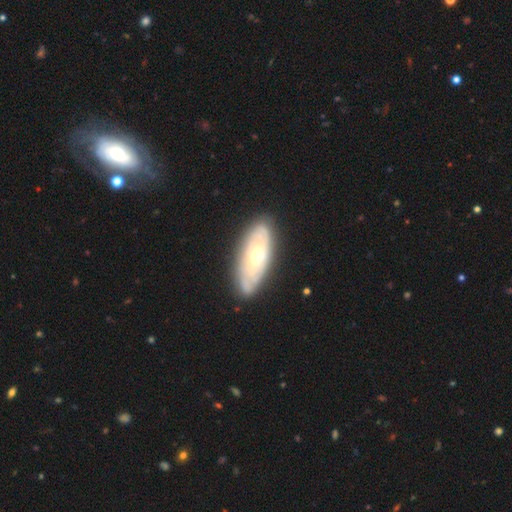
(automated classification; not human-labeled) Overall: featured or disk (65%; smooth 29%). Edge-on disk: no (83%). Bar: no (79%). Spiral arms: yes (68%; no 32%). Bulge size: moderate (59%; small 36%). Merging: none (83%).